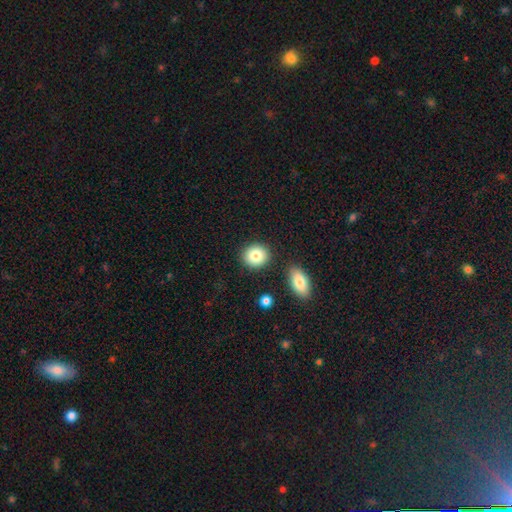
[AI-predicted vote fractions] A smooth galaxy with no disk features (83%) that is round (81%).

Vote fractions:
- Smooth or featured? smooth: 83% / featured or disk: 8% / star or artifact: 8%
- How rounded? round: 81% / in between: 18% / cigar-shaped: 1%
- Merging? none: 85% / minor disturbance: 7% / merger: 5% / major disturbance: 2%